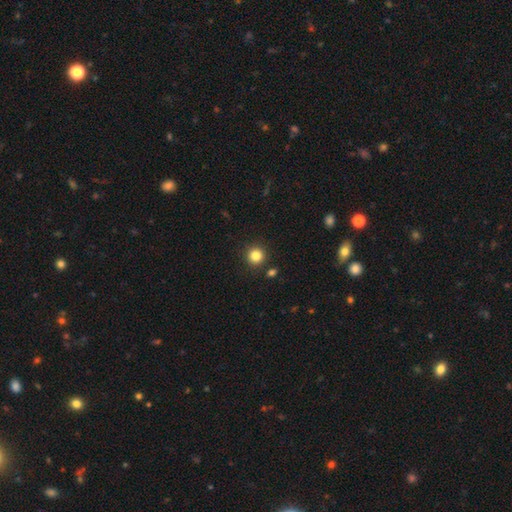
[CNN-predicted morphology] Smooth or featured: smooth — 83% (star or artifact — 12%)
How rounded: round — 94% (in between — 5%)
Merging: none — 89% (minor disturbance — 6%)